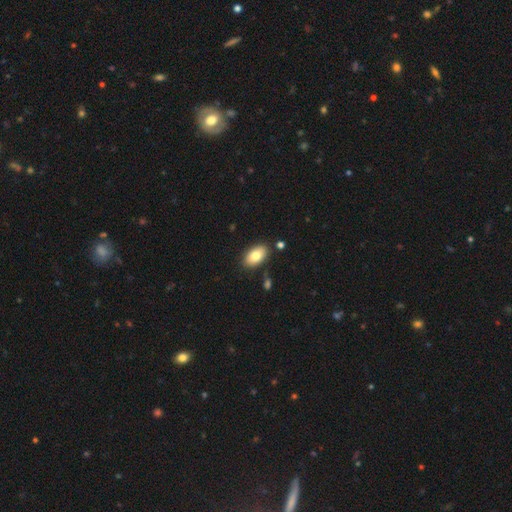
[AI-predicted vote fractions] Q: Smooth or featured?
A: smooth (80%); runner-up: featured or disk (14%)
Q: How rounded?
A: in between (93%); runner-up: round (5%)
Q: Merging?
A: none (85%); runner-up: minor disturbance (9%)